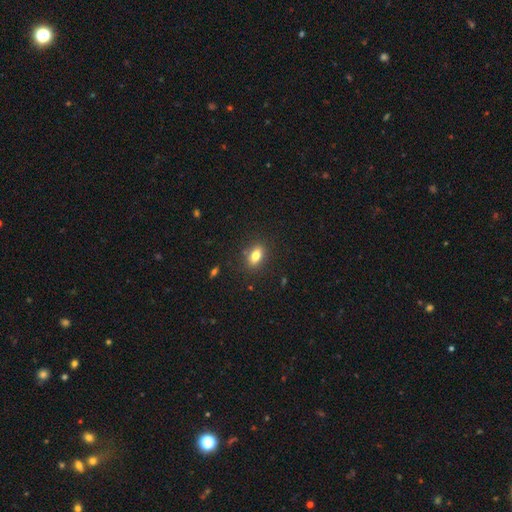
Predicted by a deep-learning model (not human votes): Smooth or featured: smooth — 78% (featured or disk — 12%)
How rounded: in between — 81% (round — 13%)
Merging: none — 85% (minor disturbance — 10%)